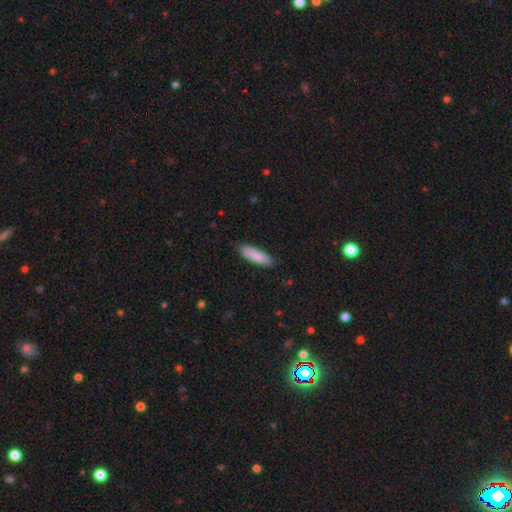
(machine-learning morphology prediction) This is clearly a smooth galaxy (83%). How rounded: possibly in between (56%). Merging: clearly none (84%).